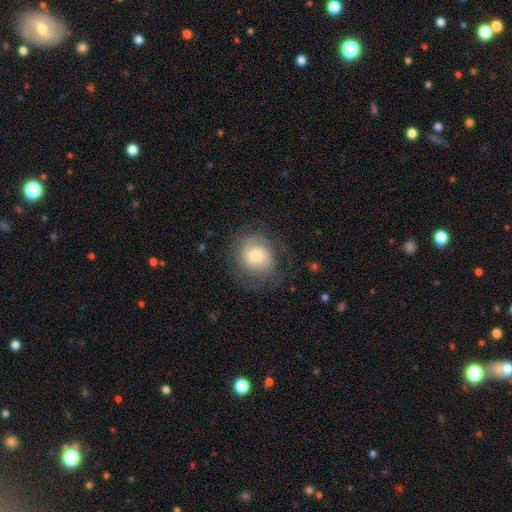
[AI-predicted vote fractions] smooth_or_featured: featured or disk (p=0.53) [alt: smooth p=0.39]
disk_edge_on: no (p=0.97) [alt: yes p=0.03]
bar: no (p=0.68) [alt: weak p=0.26]
has_spiral_arms: yes (p=0.81) [alt: no p=0.19]
bulge_size: moderate (p=0.46) [alt: small p=0.39]
merging: none (p=0.65) [alt: minor disturbance p=0.19]